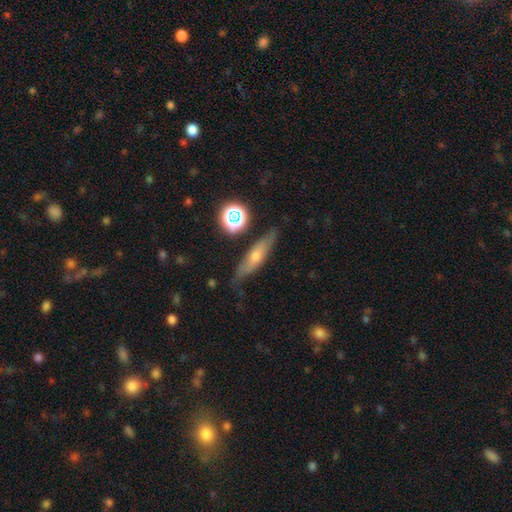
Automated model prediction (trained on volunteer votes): A featured or disk galaxy (49%).

Vote fractions:
- Smooth or featured? featured or disk: 49% / smooth: 40% / star or artifact: 10%
- Merging? none: 75% / minor disturbance: 18% / major disturbance: 4% / merger: 3%